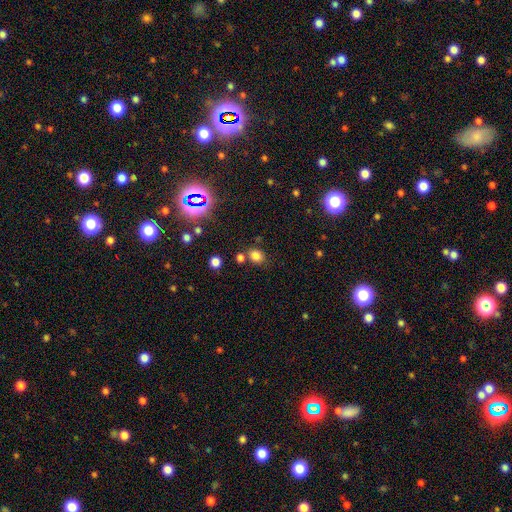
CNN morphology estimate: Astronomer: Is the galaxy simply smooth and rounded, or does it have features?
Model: smooth — 76%.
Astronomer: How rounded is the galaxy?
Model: round — 61% (runner-up: in between, 38%).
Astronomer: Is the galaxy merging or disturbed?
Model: none — 70%.